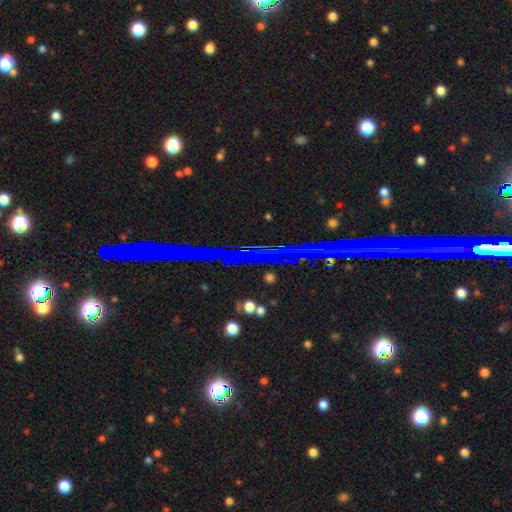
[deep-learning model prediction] A star or artifact, not a galaxy (73%).